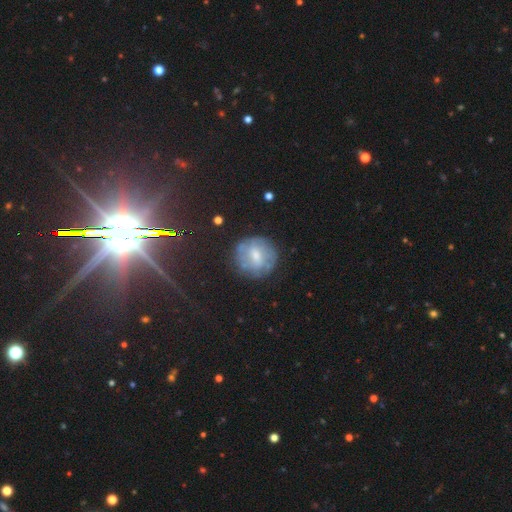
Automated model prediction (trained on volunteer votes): Overall: featured or disk (45%, tied with smooth). Merging: none (73%).